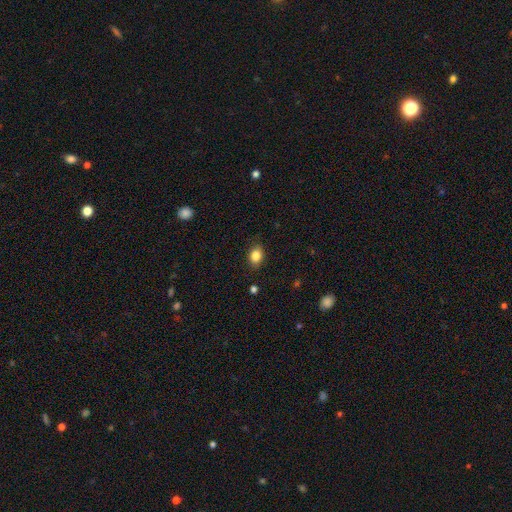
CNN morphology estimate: type=smooth (84%); roundness=in between (69%); merging=none (84%).